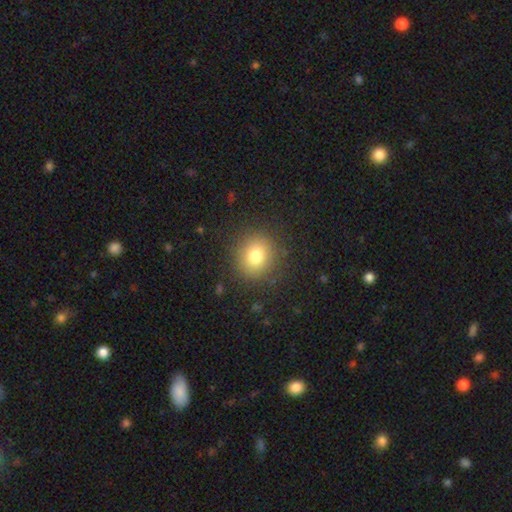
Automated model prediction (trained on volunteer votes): Smooth or featured? smooth (79%)
How rounded? round (84%)
Merging? none (88%)